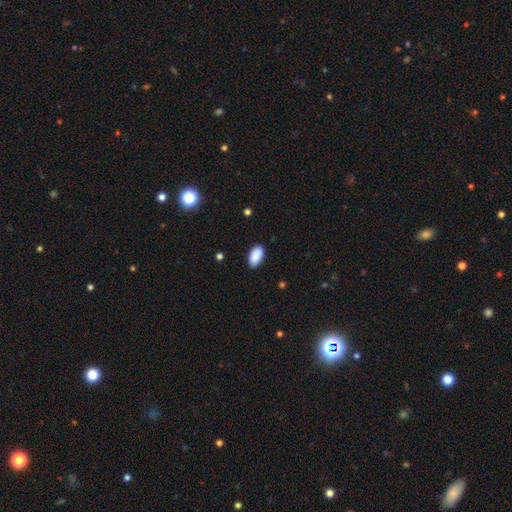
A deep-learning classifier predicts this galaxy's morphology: Q: Smooth or featured?
A: smooth (90%); runner-up: star or artifact (7%)
Q: How rounded?
A: in between (95%); runner-up: round (3%)
Q: Merging?
A: none (84%); runner-up: minor disturbance (12%)